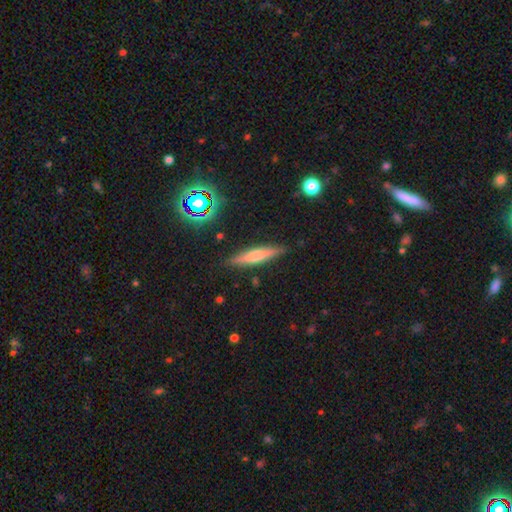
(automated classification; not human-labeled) smooth 56%, featured or disk 35%, star or artifact 9%. Down the decision tree: how rounded — cigar-shaped (82%); merging — none (86%).